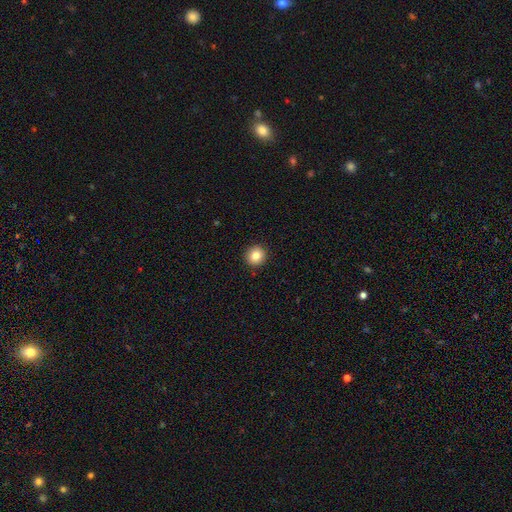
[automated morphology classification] This appears to be a smooth galaxy with no disk features (82%) that is round (94%). Merging: none (93%).